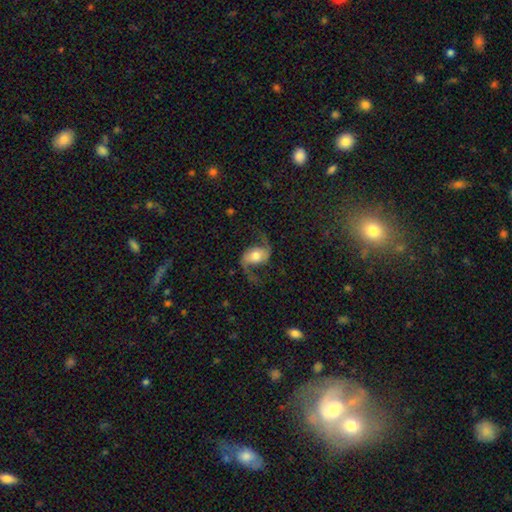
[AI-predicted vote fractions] Q: Smooth or featured?
A: featured or disk (84%); runner-up: smooth (10%)
Q: Edge-on disk?
A: no (97%); runner-up: yes (3%)
Q: Bar?
A: no (48%); runner-up: weak (33%)
Q: Spiral arms?
A: yes (96%); runner-up: no (4%)
Q: Spiral winding?
A: loose (78%); runner-up: medium (19%)
Q: Spiral arm count?
A: 2 (94%); runner-up: 1 (2%)
Q: Bulge size?
A: moderate (61%); runner-up: large (18%)
Q: Merging?
A: none (73%); runner-up: minor disturbance (14%)